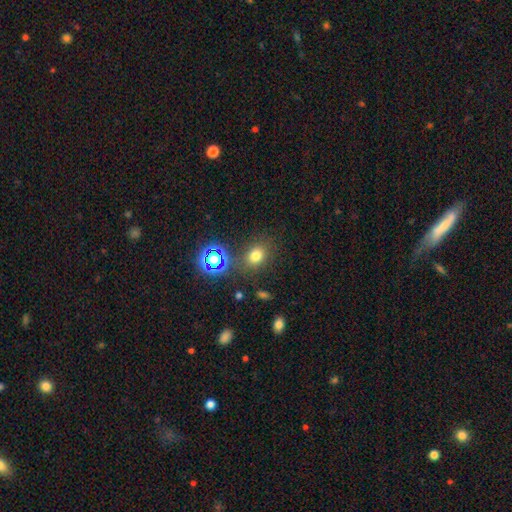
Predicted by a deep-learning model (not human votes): Smooth or featured? smooth (70%)
How rounded? round (52%)
Merging? none (77%)